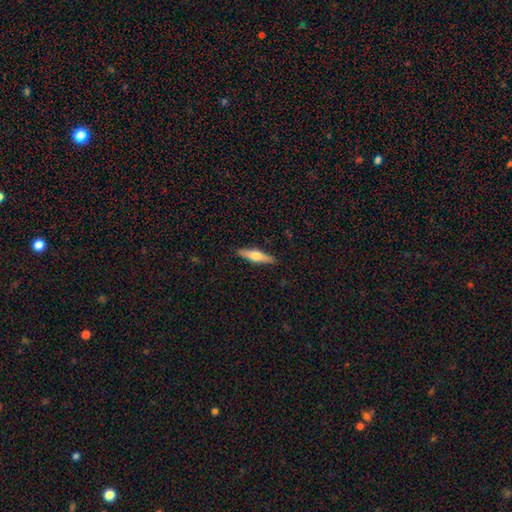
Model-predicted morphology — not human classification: Smooth or featured? Predicted: smooth (p=0.48). Merging? Predicted: none (p=0.90).